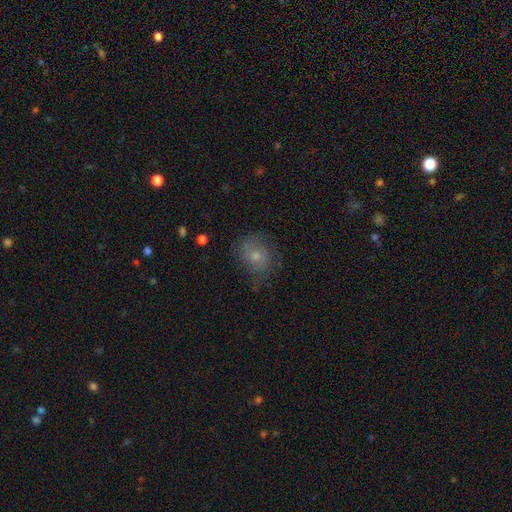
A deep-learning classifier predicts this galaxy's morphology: featured or disk 45%, smooth 43%, star or artifact 12%. Down the decision tree: merging — none (68%).